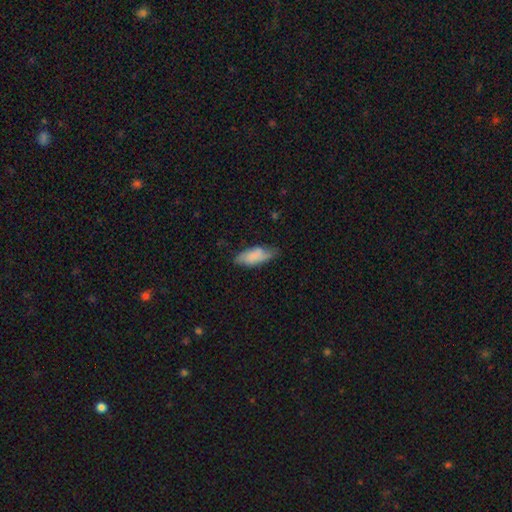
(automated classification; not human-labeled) Smooth or featured? smooth (74%)
How rounded? in between (75%)
Merging? none (64%)